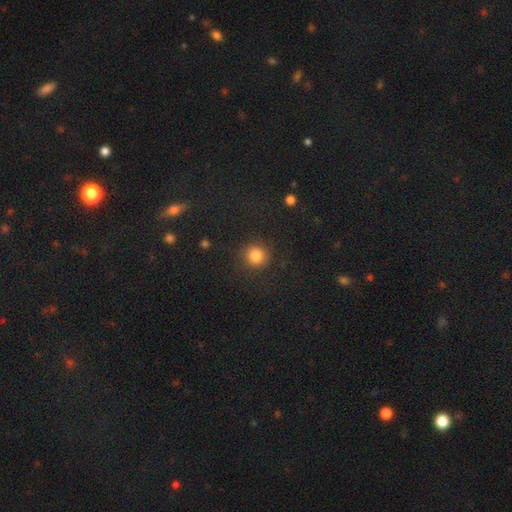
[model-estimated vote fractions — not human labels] smooth_or_featured: smooth (p=0.83) [alt: star or artifact p=0.12]
how_rounded: round (p=0.93) [alt: in between p=0.06]
merging: none (p=0.87) [alt: minor disturbance p=0.07]